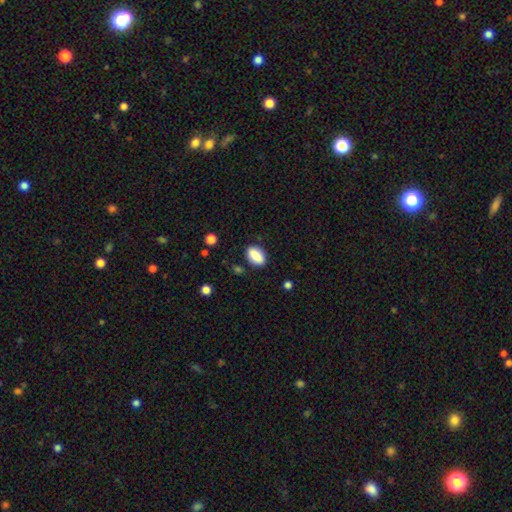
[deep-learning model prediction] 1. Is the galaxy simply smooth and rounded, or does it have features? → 88% smooth, 7% star or artifact, 4% featured or disk.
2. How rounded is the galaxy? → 90% in between, 7% round, 3% cigar-shaped.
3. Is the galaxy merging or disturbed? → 85% none, 11% minor disturbance, 3% major disturbance, 2% merger.